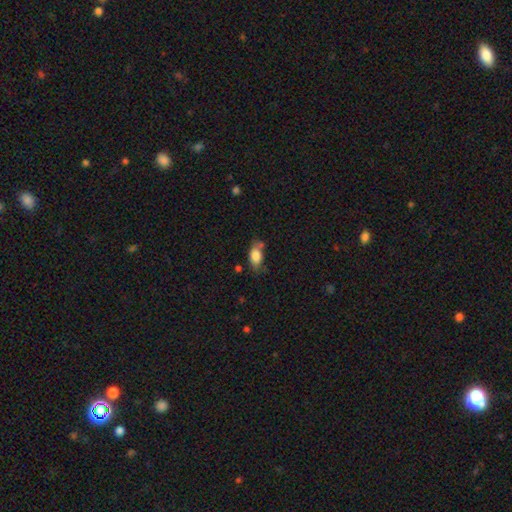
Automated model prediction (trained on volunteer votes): Smooth or featured? Predicted: smooth (p=0.81). How rounded? Predicted: in between (p=0.87). Merging? Predicted: none (p=0.60).